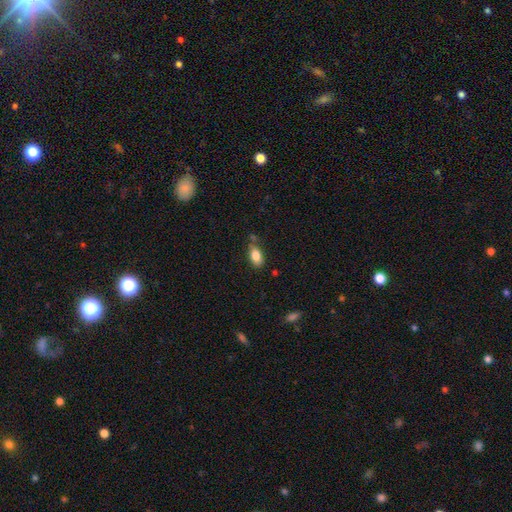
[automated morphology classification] The model was most divided on "merging": none: 68%, minor disturbance: 20%, merger: 7%, major disturbance: 4%. More confident: how rounded — in between (89%); smooth or featured — smooth (84%).